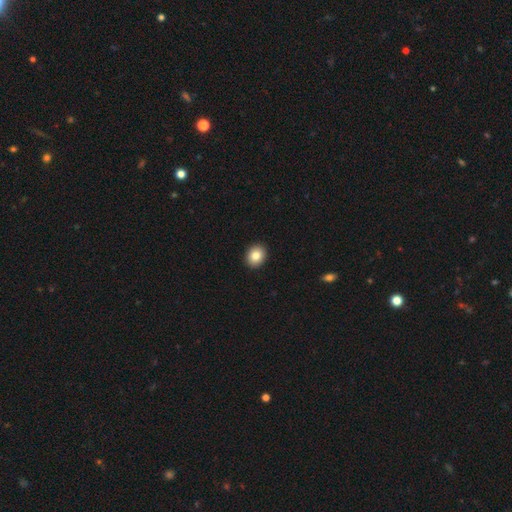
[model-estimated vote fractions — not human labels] smooth_or_featured: smooth (p=0.83) [alt: star or artifact p=0.09]
how_rounded: round (p=0.60) [alt: in between p=0.39]
merging: none (p=0.92) [alt: minor disturbance p=0.05]